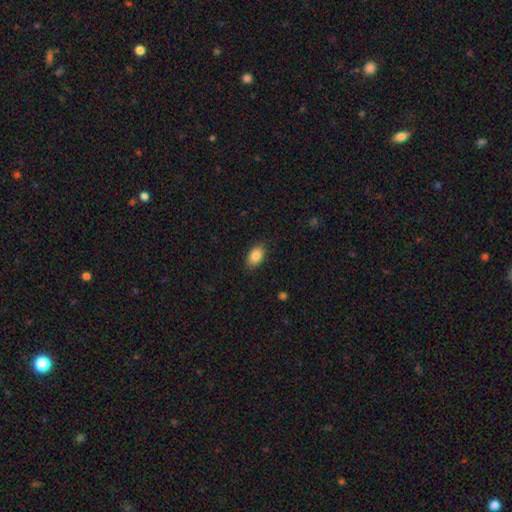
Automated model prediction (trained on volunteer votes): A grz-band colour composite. It shows a smooth galaxy with no disk features (86%) that is in between round and cigar-shaped (87%). Merging: none (86%).